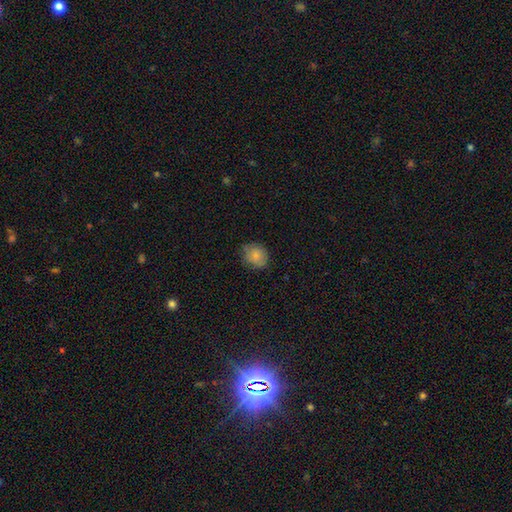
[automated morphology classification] A smooth galaxy with no disk features (84%) that is round (68%). Merging: none (79%).